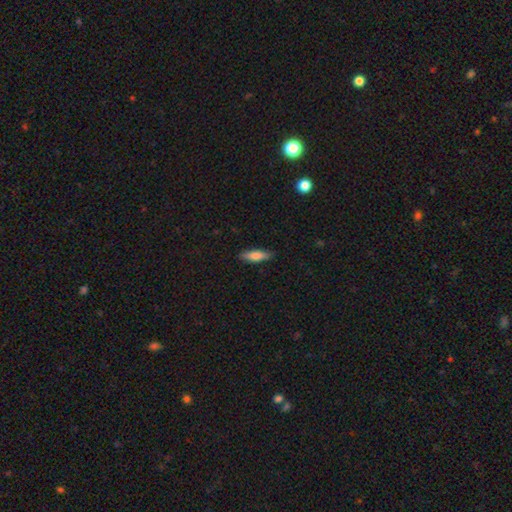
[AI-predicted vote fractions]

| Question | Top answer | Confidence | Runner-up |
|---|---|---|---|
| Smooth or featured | smooth | 72% | featured or disk (22%) |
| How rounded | cigar-shaped | 57% | in between (41%) |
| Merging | none | 86% | minor disturbance (11%) |